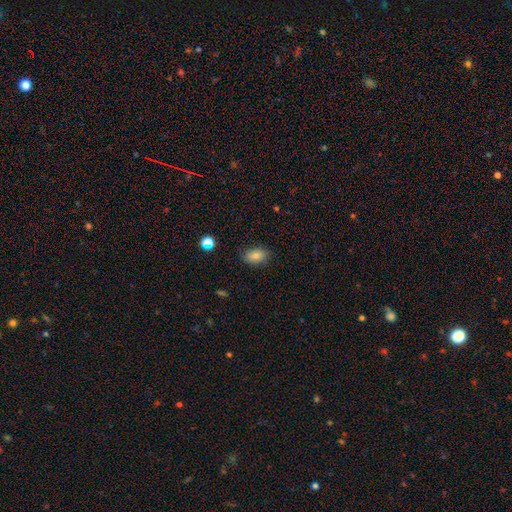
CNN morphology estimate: This appears to be a smooth galaxy with no disk features (77%) that is in between round and cigar-shaped (85%). Merging: none (82%).